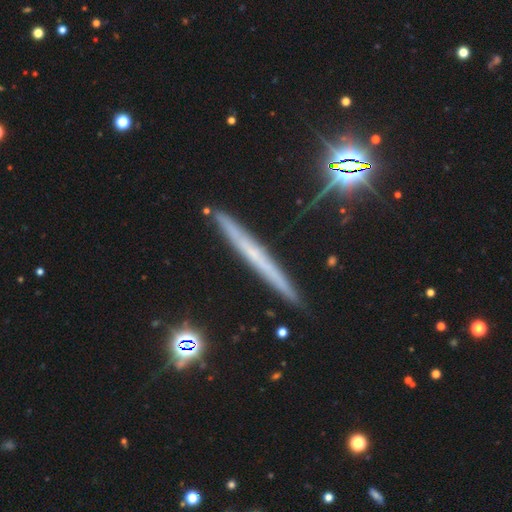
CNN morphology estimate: Overall: featured or disk (58%; smooth 29%). Edge-on disk: yes (95%). Edge-on bulge: none (82%). Merging: none (88%).